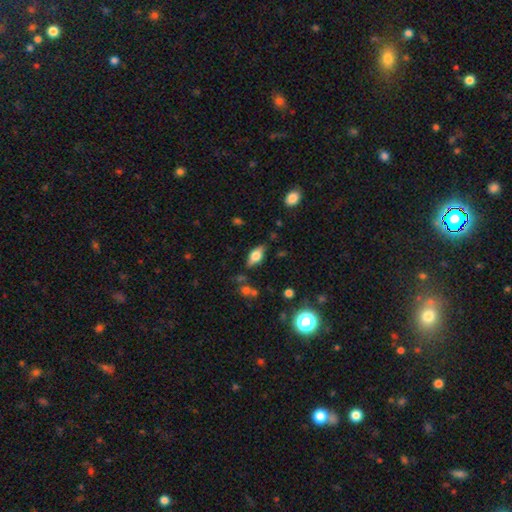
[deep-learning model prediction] A smooth galaxy with no disk features (54%) that is in between round and cigar-shaped (80%).

Vote fractions:
- Smooth or featured? smooth: 54% / featured or disk: 37% / star or artifact: 9%
- How rounded? in between: 80% / cigar-shaped: 14% / round: 6%
- Merging? none: 80% / minor disturbance: 14% / major disturbance: 4% / merger: 3%